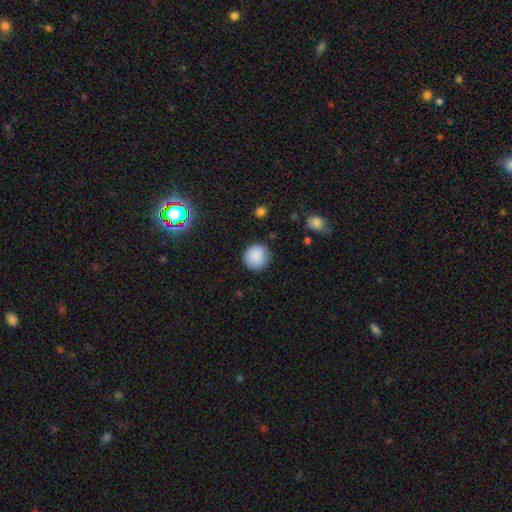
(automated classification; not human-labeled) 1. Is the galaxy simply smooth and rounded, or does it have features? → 88% smooth, 8% star or artifact, 3% featured or disk.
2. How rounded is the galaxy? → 94% round, 5% in between, 1% cigar-shaped.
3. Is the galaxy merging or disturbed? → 88% none, 8% minor disturbance, 2% major disturbance, 1% merger.